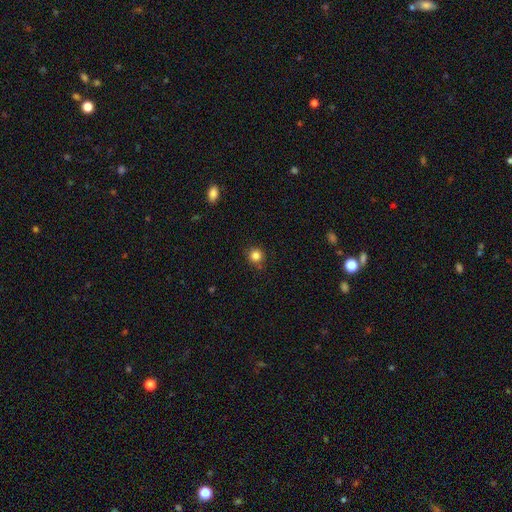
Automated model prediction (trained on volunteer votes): This is clearly a smooth galaxy (84%). How rounded: clearly round (93%). Merging: clearly none (87%).